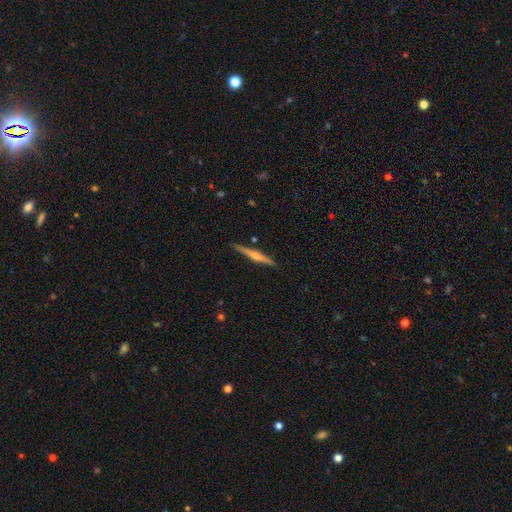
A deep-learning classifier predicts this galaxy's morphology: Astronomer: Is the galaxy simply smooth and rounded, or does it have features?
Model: featured or disk — 58% (runner-up: smooth, 37%).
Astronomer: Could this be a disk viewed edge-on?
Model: yes — 98%.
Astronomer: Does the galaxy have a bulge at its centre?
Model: rounded — 68%.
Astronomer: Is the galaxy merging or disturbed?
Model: none — 89%.